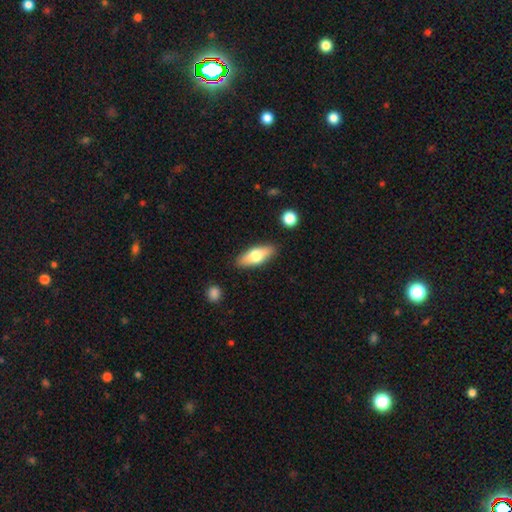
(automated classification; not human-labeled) A smooth galaxy with no disk features (64%) that is in between round and cigar-shaped (71%). Merging: none (86%).